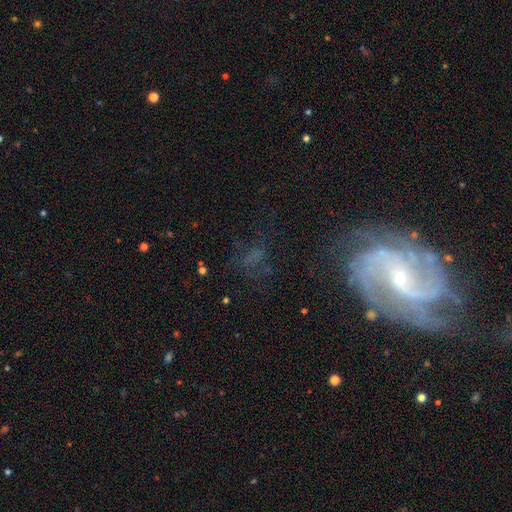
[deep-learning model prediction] Smooth or featured?
  - featured or disk: 57% *
  - smooth: 23%
  - star or artifact: 20%
Edge-on disk?
  - no: 95% *
  - yes: 5%
Bar?
  - no: 53% *
  - weak: 33%
  - strong: 14%
Spiral arms?
  - yes: 68% *
  - no: 32%
Bulge size?
  - small: 49% *
  - none: 29%
  - moderate: 17%
  - large: 3%
  - dominant: 2%
Merging?
  - none: 51% *
  - major disturbance: 26%
  - minor disturbance: 18%
  - merger: 5%